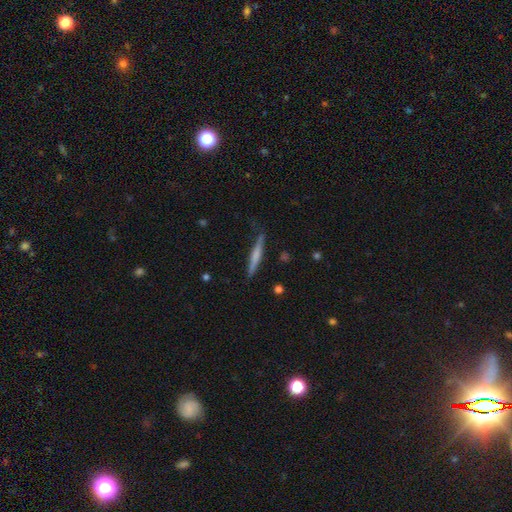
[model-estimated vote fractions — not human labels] Morphology: type=smooth (49%); merging=none (82%).